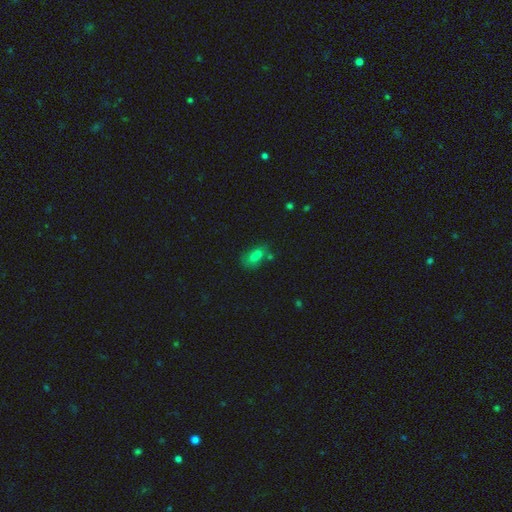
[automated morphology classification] This is possibly a smooth galaxy (59%). How rounded: likely in between (66%). Merging: possibly merger (48%).